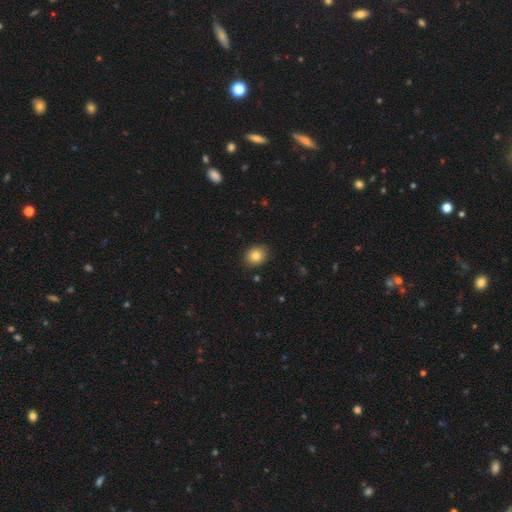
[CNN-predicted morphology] smooth_or_featured: smooth (p=0.83) [alt: star or artifact p=0.10]
how_rounded: round (p=0.58) [alt: in between p=0.41]
merging: none (p=0.88) [alt: minor disturbance p=0.09]